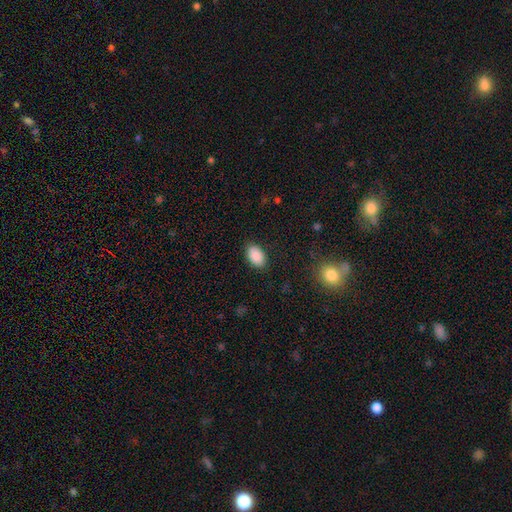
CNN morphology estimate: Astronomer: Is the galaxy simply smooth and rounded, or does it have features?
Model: smooth — 90%.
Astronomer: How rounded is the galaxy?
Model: in between — 92%.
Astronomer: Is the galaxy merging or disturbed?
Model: none — 88%.